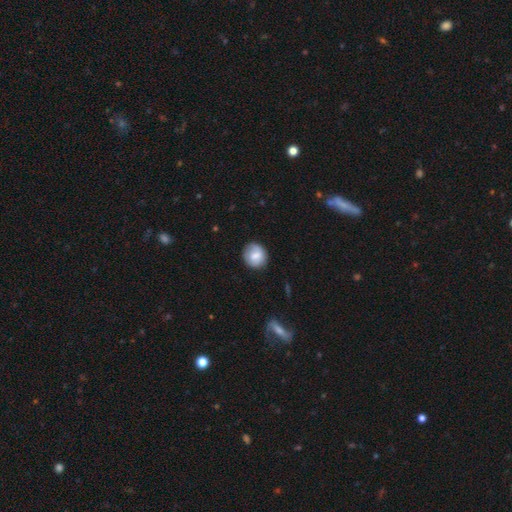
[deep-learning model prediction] smooth-or-featured: smooth: 75% | featured or disk: 18% | star or artifact: 7%
  how-rounded: round: 84% | in between: 15% | cigar-shaped: 1%
  merging: none: 81% | minor disturbance: 14% | major disturbance: 3% | merger: 1%